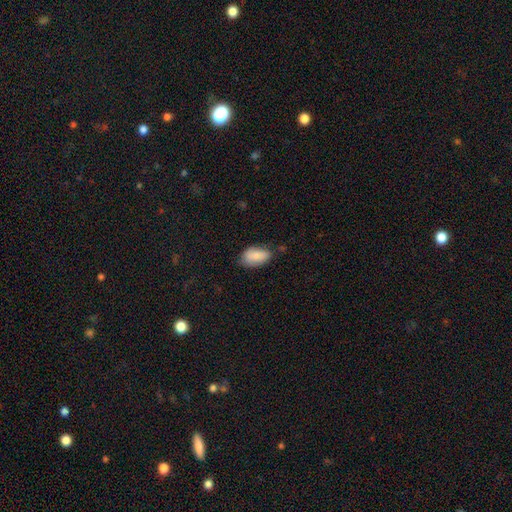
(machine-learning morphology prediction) type=smooth (82%); roundness=in between (93%); merging=none (66%).